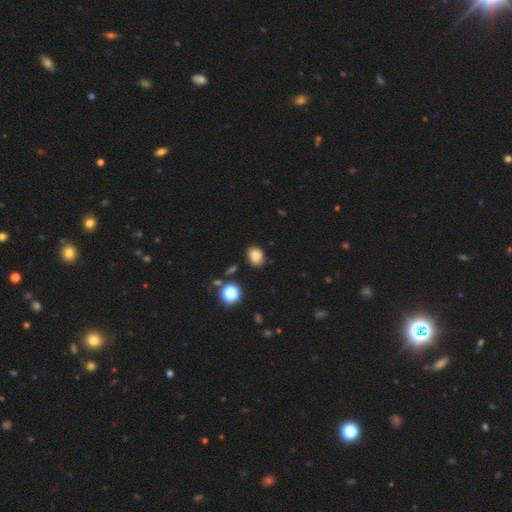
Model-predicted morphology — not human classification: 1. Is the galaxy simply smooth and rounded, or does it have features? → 79% smooth, 13% star or artifact, 8% featured or disk.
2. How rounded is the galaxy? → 54% round, 45% in between, 1% cigar-shaped.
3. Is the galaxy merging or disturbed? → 70% none, 22% minor disturbance, 5% major disturbance, 3% merger.